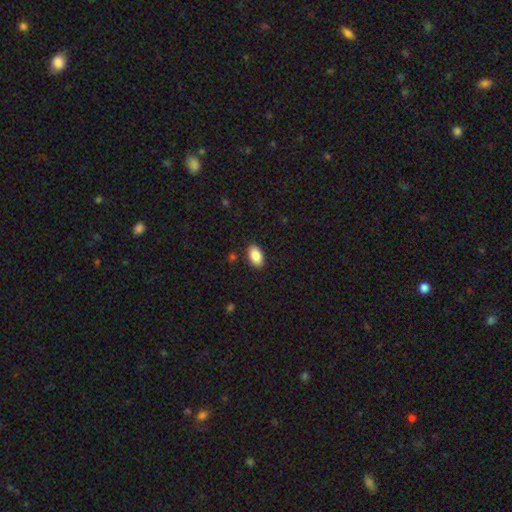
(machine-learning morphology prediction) Smooth or featured? Predicted: smooth (p=0.88). How rounded? Predicted: in between (p=0.94). Merging? Predicted: none (p=0.88).